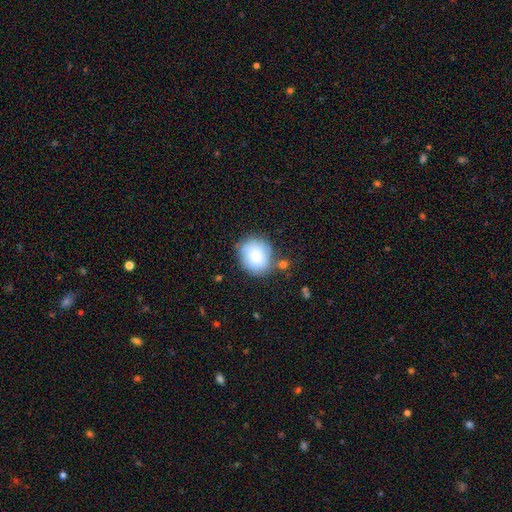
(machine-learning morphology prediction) Smooth or featured? smooth (79%)
How rounded? round (68%)
Merging? none (70%)